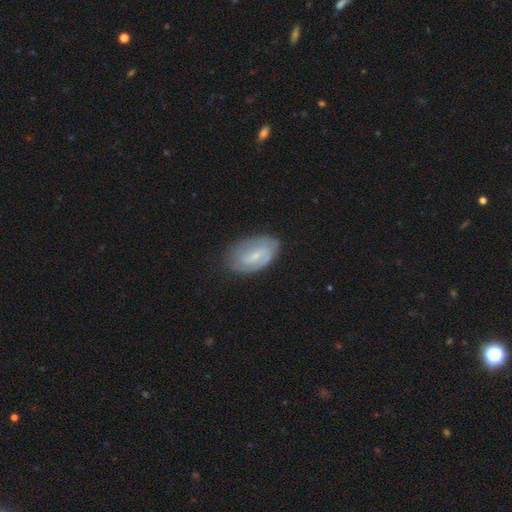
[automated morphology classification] smooth_or_featured: featured or disk (p=0.60) [alt: smooth p=0.34]
disk_edge_on: no (p=0.95) [alt: yes p=0.05]
bar: weak (p=0.55) [alt: no p=0.25]
has_spiral_arms: yes (p=0.77) [alt: no p=0.23]
bulge_size: small (p=0.64) [alt: moderate p=0.23]
merging: none (p=0.71) [alt: minor disturbance p=0.21]